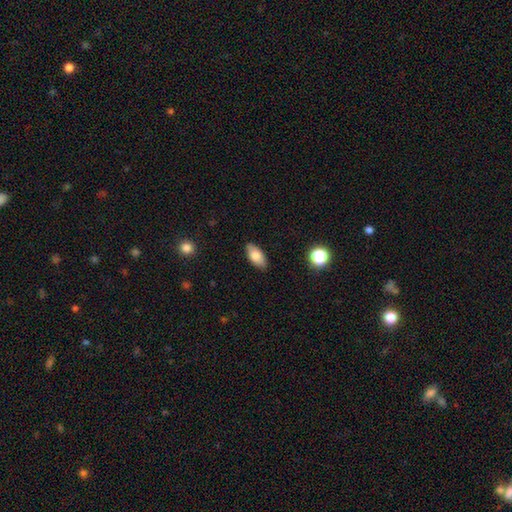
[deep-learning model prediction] A smooth galaxy with no disk features (80%) that is in between round and cigar-shaped (90%). Merging: none (86%).